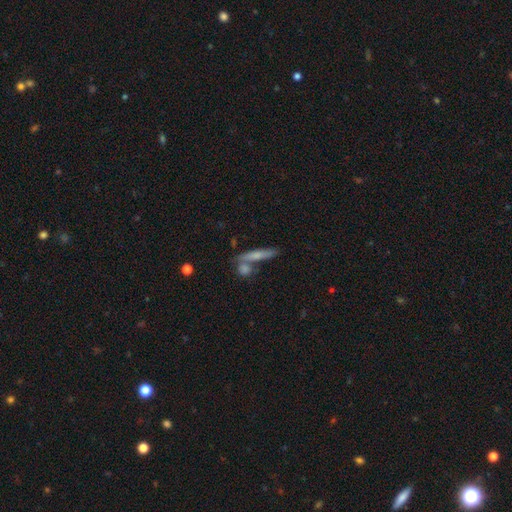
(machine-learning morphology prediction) Q: Smooth or featured?
A: smooth (57%); runner-up: featured or disk (34%)
Q: How rounded?
A: cigar-shaped (82%); runner-up: in between (13%)
Q: Merging?
A: none (60%); runner-up: merger (25%)